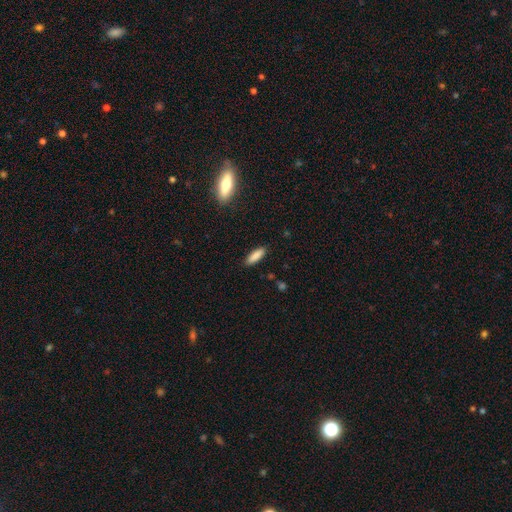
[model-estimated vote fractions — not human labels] smooth 87%, star or artifact 7%, featured or disk 6%. Down the decision tree: how rounded — in between (50%); merging — none (88%).